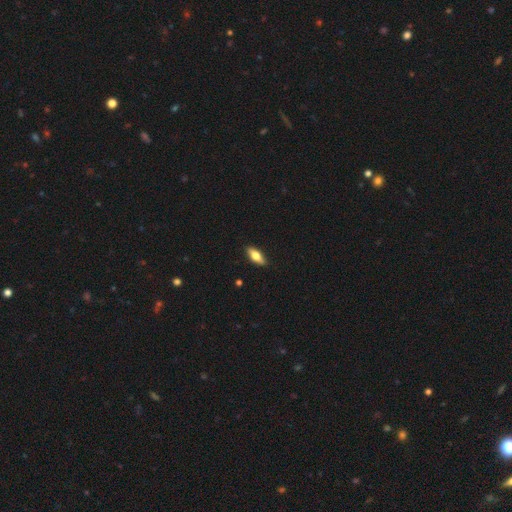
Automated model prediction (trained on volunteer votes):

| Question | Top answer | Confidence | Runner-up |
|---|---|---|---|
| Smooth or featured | smooth | 68% | featured or disk (26%) |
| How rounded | in between | 73% | cigar-shaped (25%) |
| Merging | none | 89% | minor disturbance (9%) |